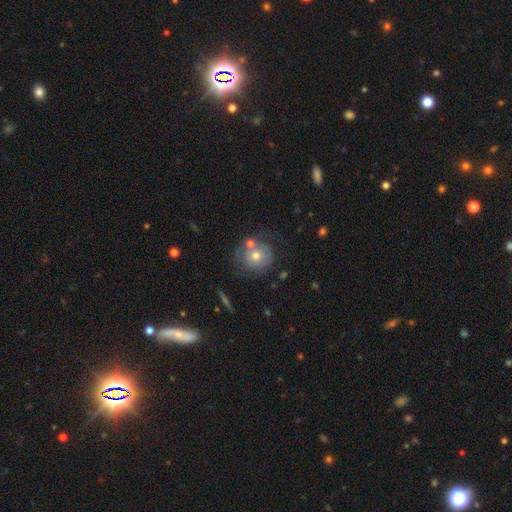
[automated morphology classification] smooth-or-featured: smooth: 50% | featured or disk: 41% | star or artifact: 9%
  how-rounded: round: 89% | in between: 10% | cigar-shaped: 1%
  merging: none: 55% | minor disturbance: 18% | merger: 16% | major disturbance: 11%